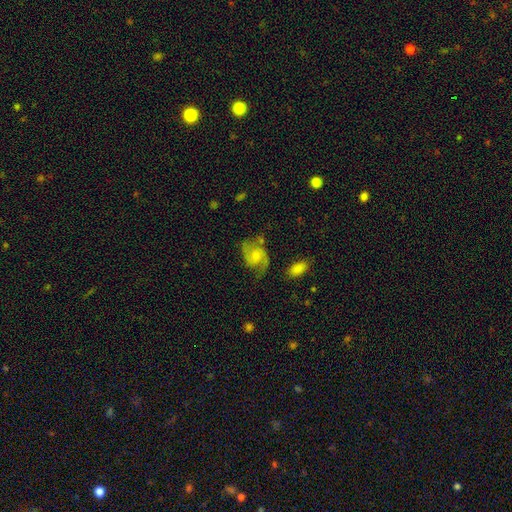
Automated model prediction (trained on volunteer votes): Smooth or featured? Predicted: featured or disk (p=0.77). Edge-on disk? Predicted: no (p=0.97). Bar? Predicted: no (p=0.59). Spiral arms? Predicted: yes (p=0.94). Spiral winding? Predicted: medium (p=0.52). Spiral arm count? Predicted: 2 (p=0.87). Bulge size? Predicted: moderate (p=0.46). Merging? Predicted: none (p=0.65).